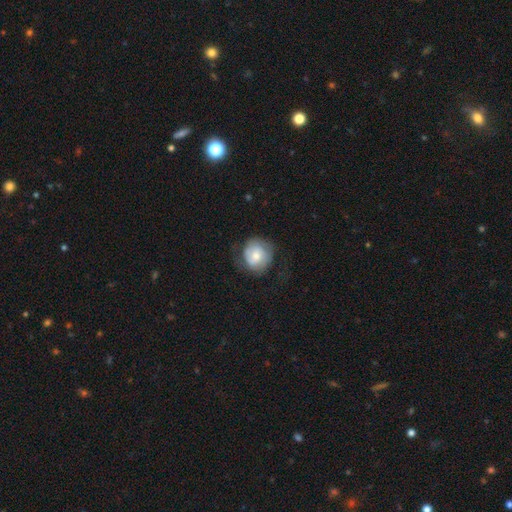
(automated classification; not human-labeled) Smooth or featured?
  - smooth: 57% *
  - featured or disk: 36%
  - star or artifact: 7%
How rounded?
  - round: 81% *
  - in between: 18%
  - cigar-shaped: 1%
Merging?
  - none: 61% *
  - minor disturbance: 24%
  - major disturbance: 14%
  - merger: 1%